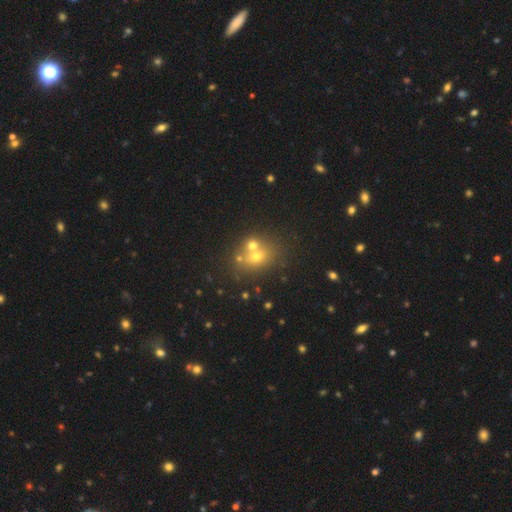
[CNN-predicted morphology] Smooth or featured?
  - smooth: 57% *
  - featured or disk: 22%
  - star or artifact: 21%
How rounded?
  - round: 53% *
  - in between: 46%
  - cigar-shaped: 2%
Merging?
  - none: 47% *
  - merger: 39%
  - minor disturbance: 9%
  - major disturbance: 5%